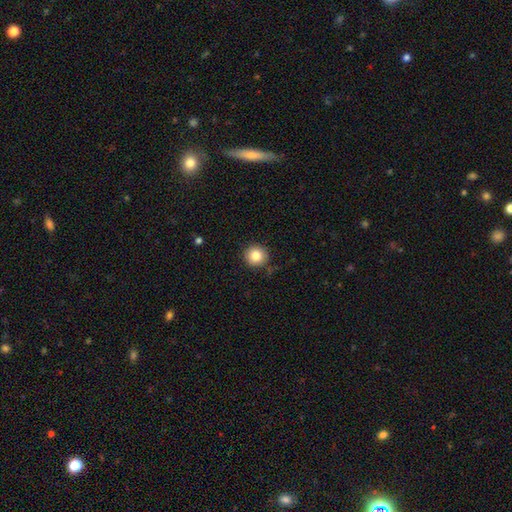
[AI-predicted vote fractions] This appears to be a smooth galaxy with no disk features (83%) that is round (94%). Merging: none (88%).